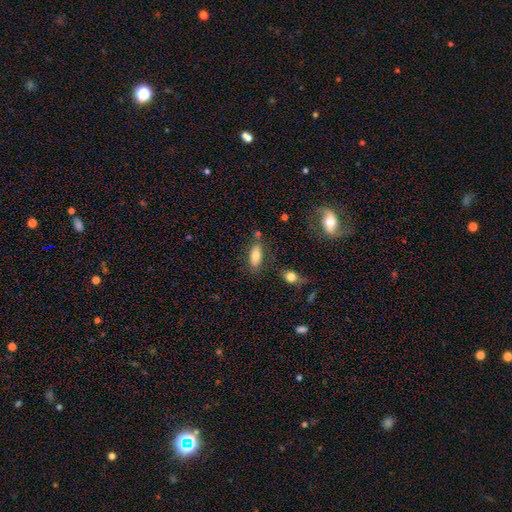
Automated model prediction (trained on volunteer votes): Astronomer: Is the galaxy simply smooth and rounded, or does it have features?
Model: smooth — 75%.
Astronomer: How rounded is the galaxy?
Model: in between — 83%.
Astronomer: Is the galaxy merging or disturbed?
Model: none — 68%.